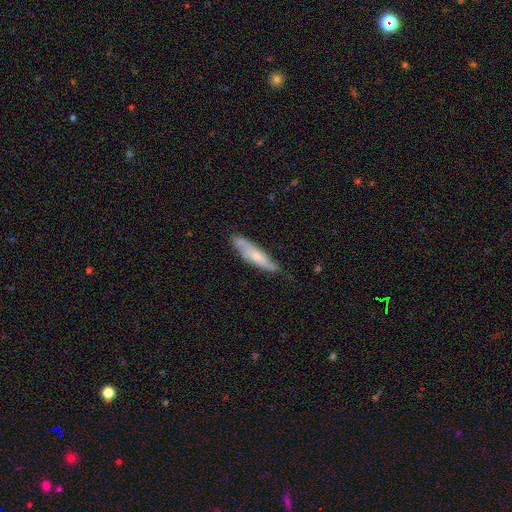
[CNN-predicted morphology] This is possibly a smooth galaxy (52%). How rounded: likely cigar-shaped (74%). Merging: likely none (66%).